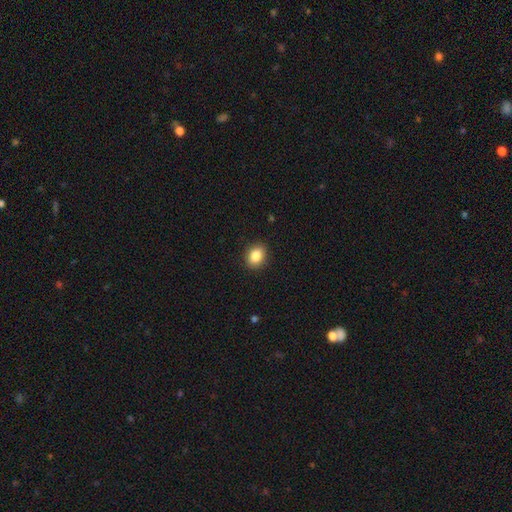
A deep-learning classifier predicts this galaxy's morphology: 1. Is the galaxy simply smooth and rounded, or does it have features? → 86% smooth, 9% star or artifact, 5% featured or disk.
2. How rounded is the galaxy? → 54% in between, 45% round, 1% cigar-shaped.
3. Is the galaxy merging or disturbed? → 90% none, 7% minor disturbance, 2% major disturbance, 1% merger.